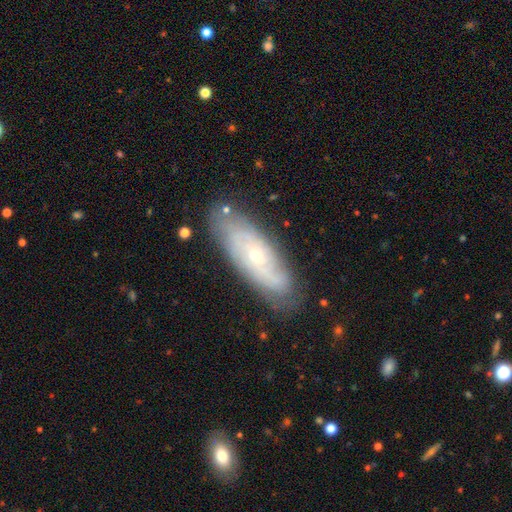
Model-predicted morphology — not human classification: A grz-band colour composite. It shows a featured or disk galaxy (70%) with no bar (73%), spiral arms (85%) and a small central bulge (58%). Merging: none (78%).